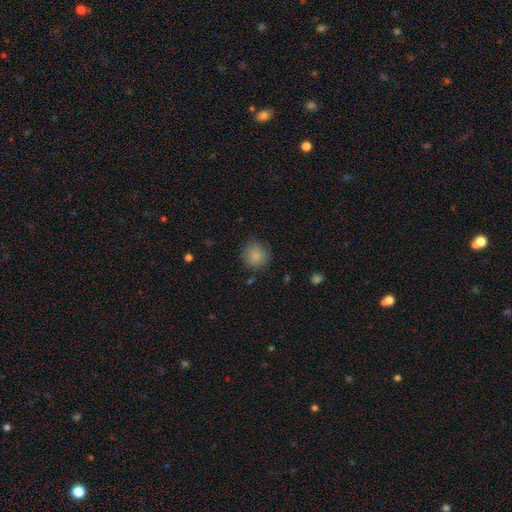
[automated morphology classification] The model was most divided on "merging": none: 81%, minor disturbance: 14%, major disturbance: 4%, merger: 2%. More confident: how rounded — round (89%); smooth or featured — smooth (86%).